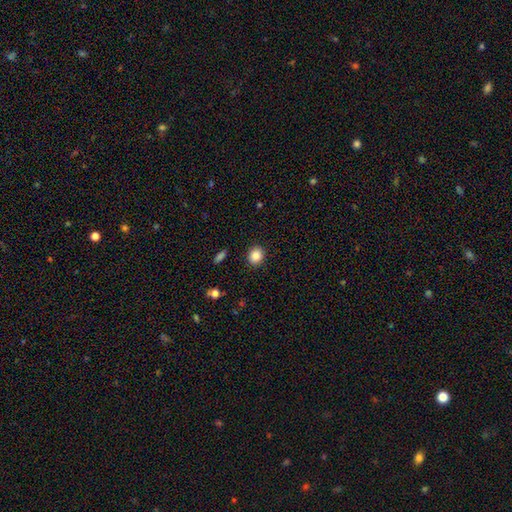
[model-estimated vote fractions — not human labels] Smooth or featured?
  - smooth: 85% *
  - star or artifact: 10%
  - featured or disk: 5%
How rounded?
  - round: 70% *
  - in between: 29%
  - cigar-shaped: 1%
Merging?
  - none: 90% *
  - minor disturbance: 7%
  - major disturbance: 2%
  - merger: 1%